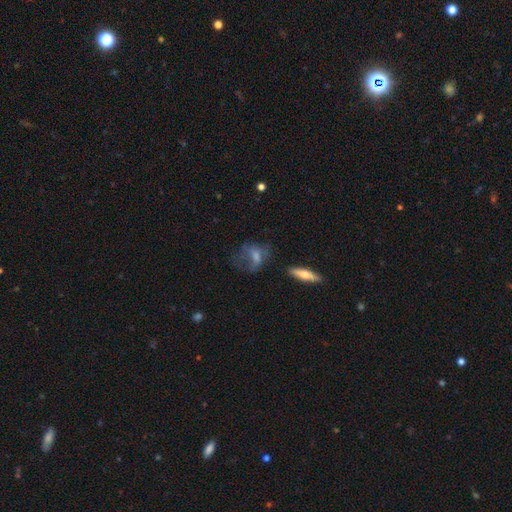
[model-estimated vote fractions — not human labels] smooth_or_featured: smooth (p=0.51) [alt: featured or disk p=0.37]
how_rounded: in between (p=0.64) [alt: round p=0.28]
merging: none (p=0.39) [alt: major disturbance p=0.33]